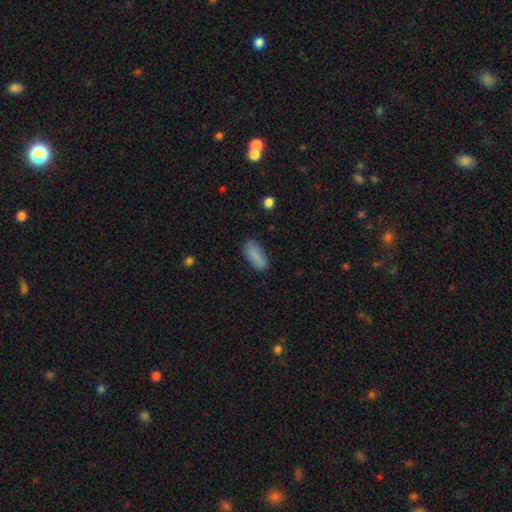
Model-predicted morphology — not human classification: A smooth galaxy with no disk features (86%) that is in between round and cigar-shaped (73%).

Vote fractions:
- Smooth or featured? smooth: 86% / star or artifact: 7% / featured or disk: 7%
- How rounded? in between: 73% / cigar-shaped: 25% / round: 2%
- Merging? none: 81% / minor disturbance: 14% / major disturbance: 3% / merger: 2%